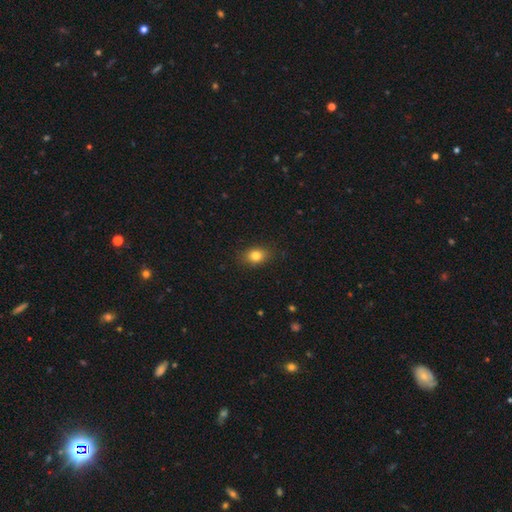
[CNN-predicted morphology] smooth_or_featured: smooth (p=0.82) [alt: star or artifact p=0.11]
how_rounded: in between (p=0.64) [alt: round p=0.34]
merging: none (p=0.86) [alt: minor disturbance p=0.10]